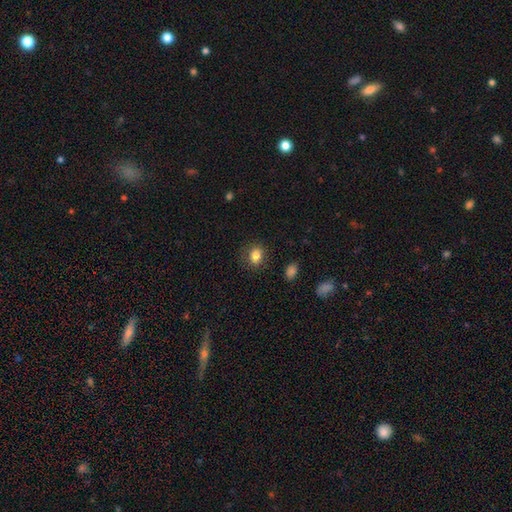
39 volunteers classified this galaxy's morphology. smooth-or-featured: smooth: 90% | star or artifact: 10% | featured or disk: 0%
  how-rounded: round: 77% | in between: 23% | cigar-shaped: 0%
  merging: none: 71% | minor disturbance: 20% | major disturbance: 9% | merger: 0%